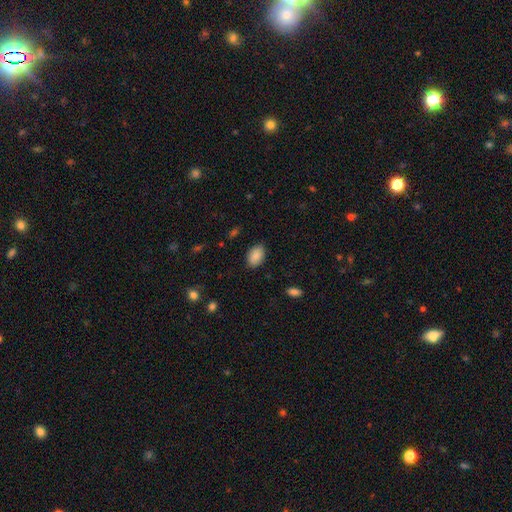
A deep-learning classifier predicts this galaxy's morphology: type=smooth (87%); roundness=in between (87%); merging=none (82%).